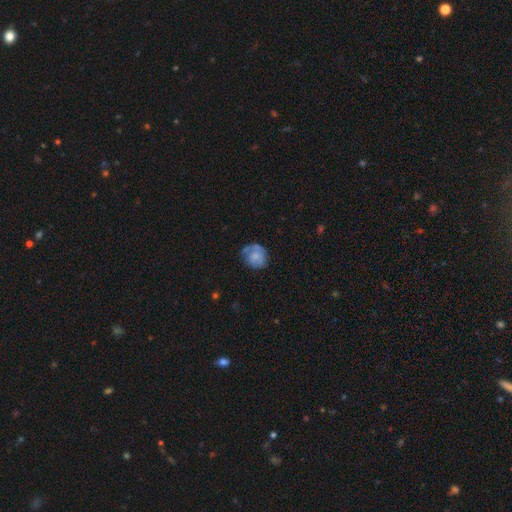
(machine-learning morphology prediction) A smooth galaxy with no disk features (49%). Merging: none (52%).